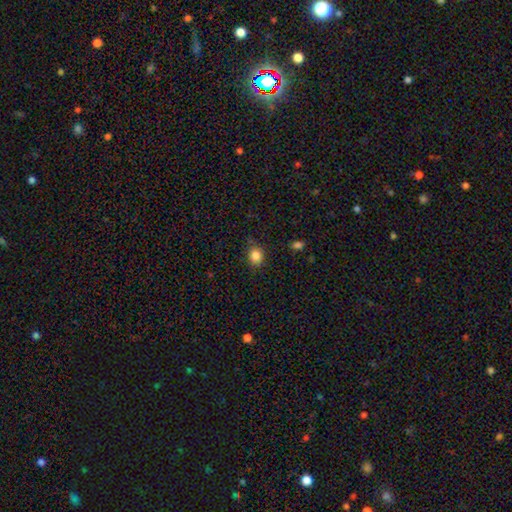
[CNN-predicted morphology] smooth 85%, star or artifact 11%, featured or disk 5%. Down the decision tree: how rounded — round (62%); merging — none (81%).